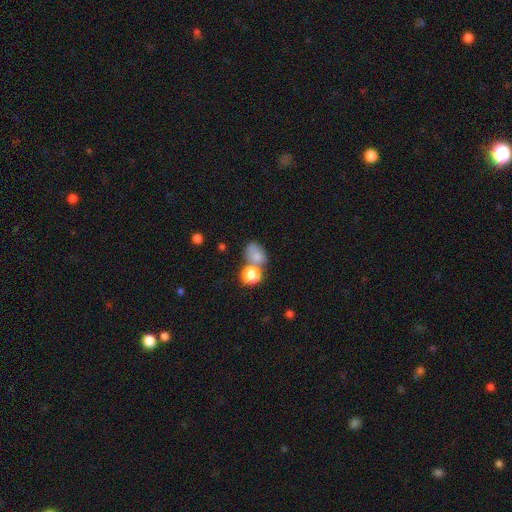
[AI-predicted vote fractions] Overall: smooth (76%). How rounded: in between (61%; round 37%). Merging: none (38%; merger 37%).